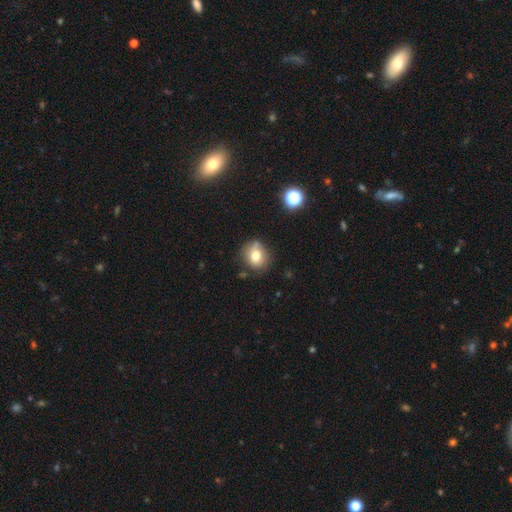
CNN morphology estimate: A smooth galaxy with no disk features (75%) that is round (70%).

Vote fractions:
- Smooth or featured? smooth: 75% / featured or disk: 13% / star or artifact: 12%
- How rounded? round: 70% / in between: 29% / cigar-shaped: 1%
- Merging? none: 73% / minor disturbance: 18% / merger: 5% / major disturbance: 4%